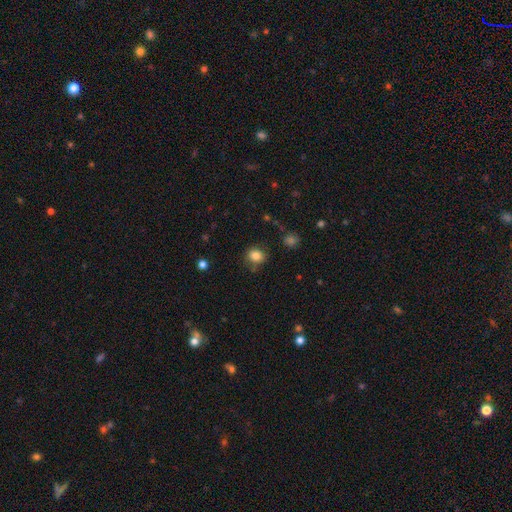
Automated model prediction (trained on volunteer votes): Smooth or featured: smooth — 83% (star or artifact — 11%)
How rounded: round — 69% (in between — 30%)
Merging: none — 80% (minor disturbance — 14%)